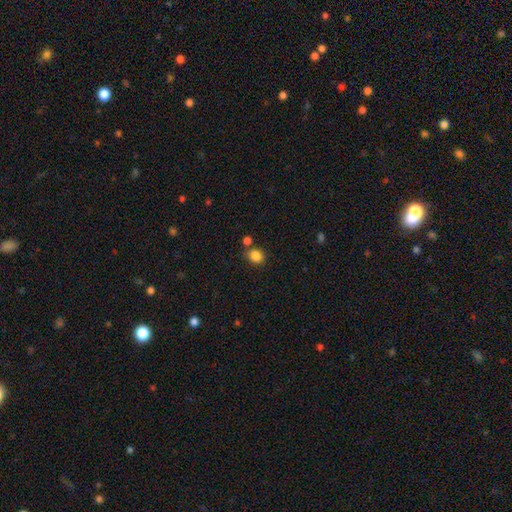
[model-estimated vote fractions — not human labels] Q: Smooth or featured?
A: smooth (85%); runner-up: star or artifact (11%)
Q: How rounded?
A: round (61%); runner-up: in between (38%)
Q: Merging?
A: none (69%); runner-up: minor disturbance (14%)